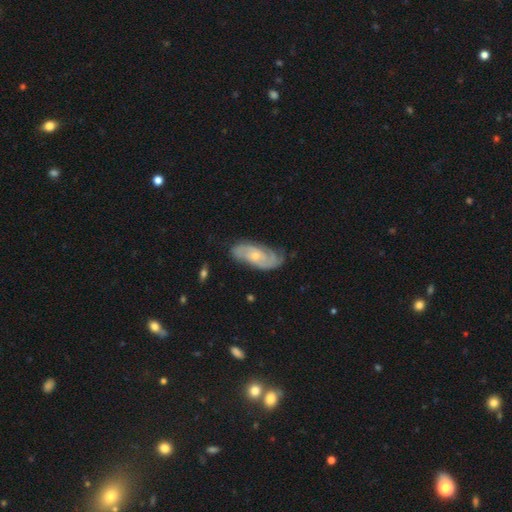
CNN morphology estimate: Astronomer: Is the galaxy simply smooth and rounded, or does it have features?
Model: featured or disk — 81%.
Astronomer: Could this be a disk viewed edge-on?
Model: no — 93%.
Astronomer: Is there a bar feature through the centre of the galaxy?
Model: no — 72%.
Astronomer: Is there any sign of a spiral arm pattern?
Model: yes — 95%.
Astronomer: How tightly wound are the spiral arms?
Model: tight — 59%.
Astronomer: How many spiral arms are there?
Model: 2 — 51%.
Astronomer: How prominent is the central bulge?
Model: small — 59% (runner-up: moderate, 37%).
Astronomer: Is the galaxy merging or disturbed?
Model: none — 72%.